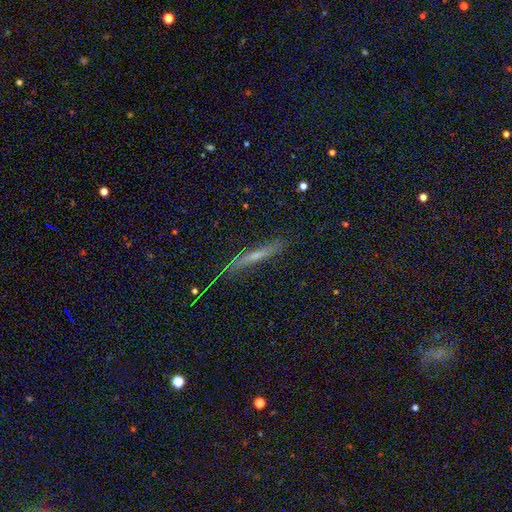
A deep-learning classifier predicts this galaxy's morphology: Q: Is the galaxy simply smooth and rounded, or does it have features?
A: featured or disk — 44%.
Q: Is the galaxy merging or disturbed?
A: none — 66%.